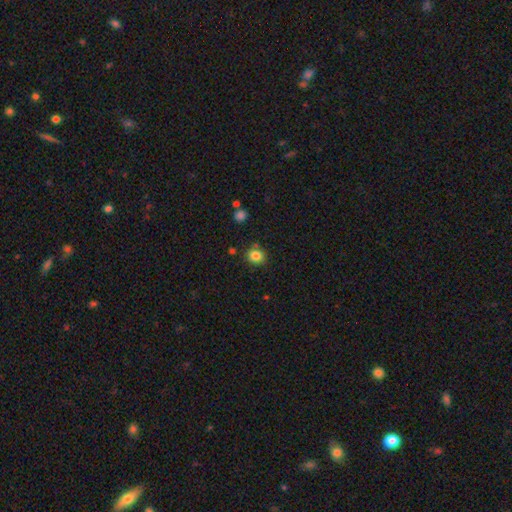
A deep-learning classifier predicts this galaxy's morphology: Smooth or featured: smooth — 84% (star or artifact — 11%)
How rounded: round — 72% (in between — 28%)
Merging: none — 81% (minor disturbance — 11%)